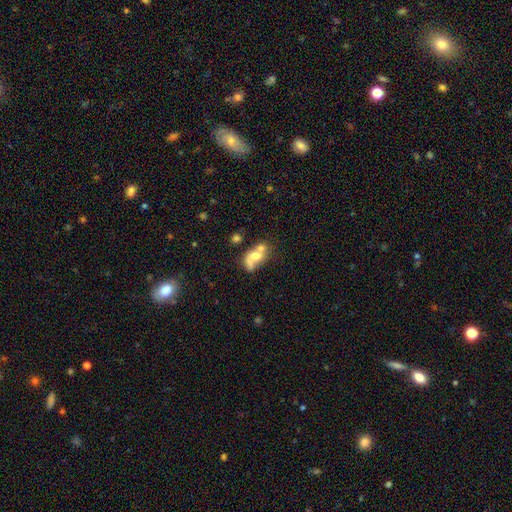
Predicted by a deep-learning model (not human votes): smooth_or_featured: smooth (p=0.54) [alt: featured or disk p=0.36]
how_rounded: in between (p=0.64) [alt: round p=0.33]
merging: merger (p=0.60) [alt: none p=0.18]